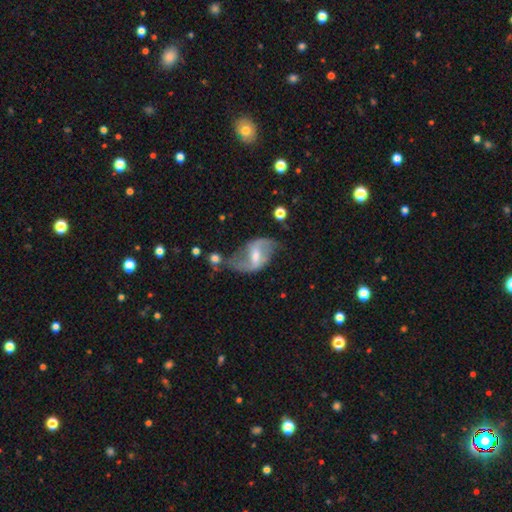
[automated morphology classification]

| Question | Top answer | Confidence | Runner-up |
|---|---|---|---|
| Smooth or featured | featured or disk | 80% | smooth (14%) |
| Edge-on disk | no | 95% | yes (5%) |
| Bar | weak | 45% | strong (43%) |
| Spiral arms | yes | 87% | no (13%) |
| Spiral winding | loose | 68% | medium (25%) |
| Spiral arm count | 2 | 89% | can't tell (5%) |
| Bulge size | moderate | 50% | small (39%) |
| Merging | none | 51% | minor disturbance (23%) |